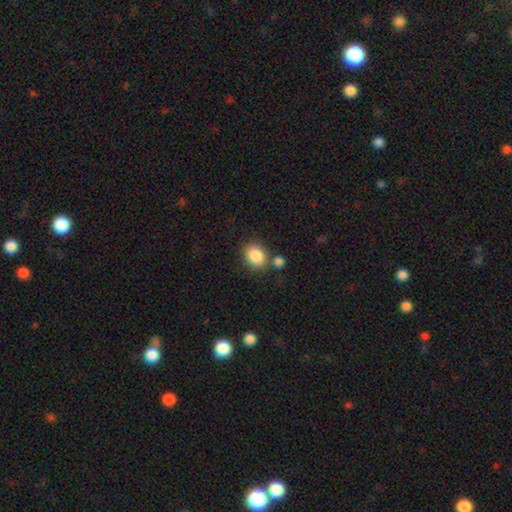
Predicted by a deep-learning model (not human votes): A smooth galaxy with no disk features (87%) that is in between round and cigar-shaped (54%). Merging: none (69%).